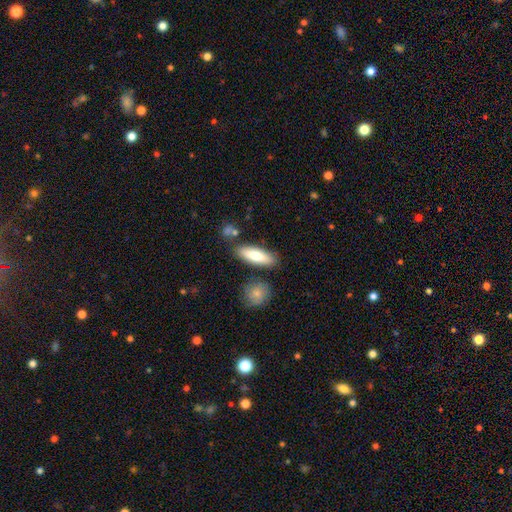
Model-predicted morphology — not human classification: Smooth or featured? smooth (75%)
How rounded? in between (55%)
Merging? none (81%)